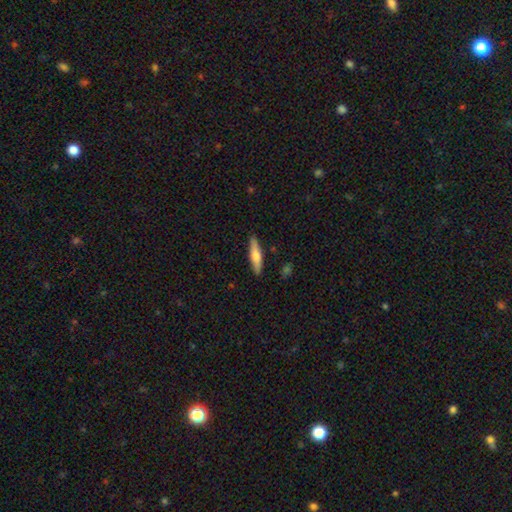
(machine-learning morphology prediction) Smooth or featured?
  - smooth: 61% *
  - featured or disk: 34%
  - star or artifact: 6%
How rounded?
  - cigar-shaped: 80% *
  - in between: 18%
  - round: 2%
Merging?
  - none: 89% *
  - minor disturbance: 8%
  - major disturbance: 2%
  - merger: 1%